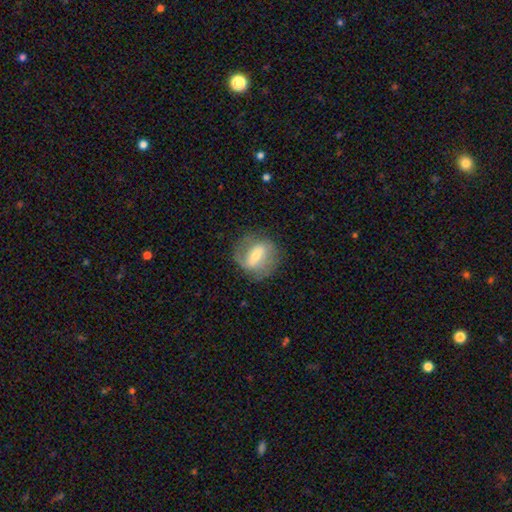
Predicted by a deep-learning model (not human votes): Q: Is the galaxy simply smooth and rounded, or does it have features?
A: featured or disk — 63%.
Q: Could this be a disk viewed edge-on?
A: no — 94%.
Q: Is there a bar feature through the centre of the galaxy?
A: strong — 44%.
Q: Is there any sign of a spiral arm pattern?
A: yes — 70%.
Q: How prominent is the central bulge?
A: moderate — 54%.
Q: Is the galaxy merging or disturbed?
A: none — 70%.